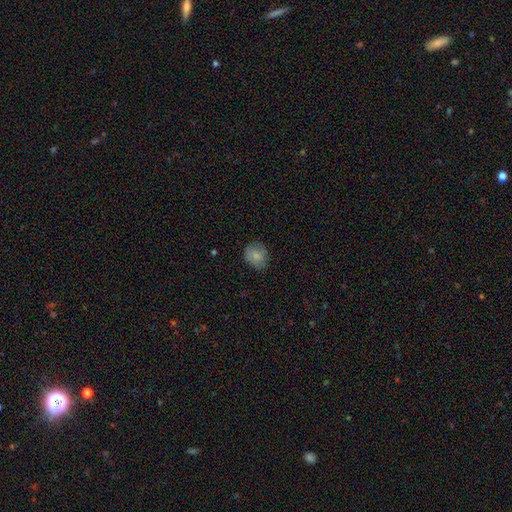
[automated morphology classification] Smooth or featured? Predicted: smooth (p=0.77). How rounded? Predicted: round (p=0.66). Merging? Predicted: none (p=0.75).